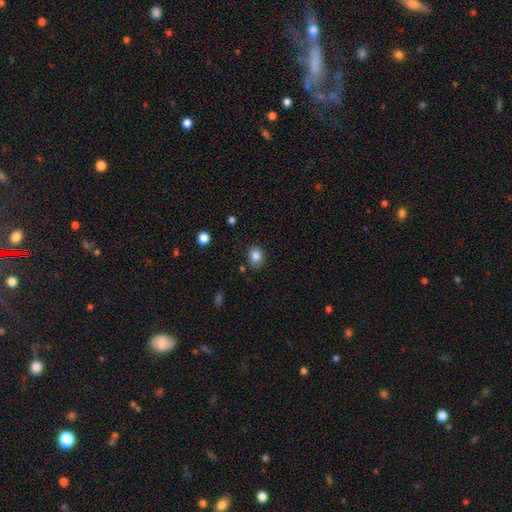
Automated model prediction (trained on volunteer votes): Smooth or featured: smooth — 85% (star or artifact — 10%)
How rounded: round — 57% (in between — 42%)
Merging: none — 81% (minor disturbance — 14%)